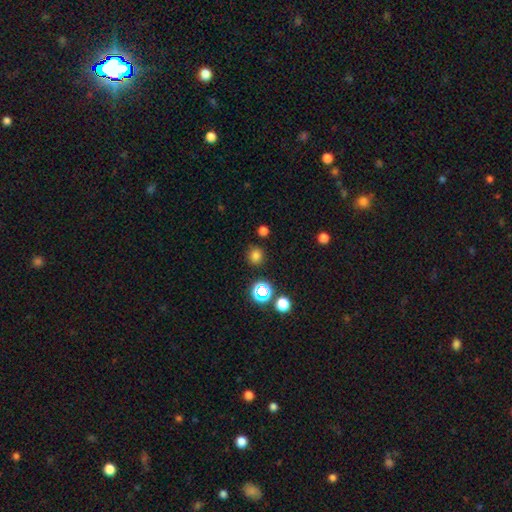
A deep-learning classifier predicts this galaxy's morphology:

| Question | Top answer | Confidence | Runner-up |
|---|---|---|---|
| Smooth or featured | smooth | 75% | star or artifact (20%) |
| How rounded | round | 89% | in between (10%) |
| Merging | none | 86% | minor disturbance (8%) |